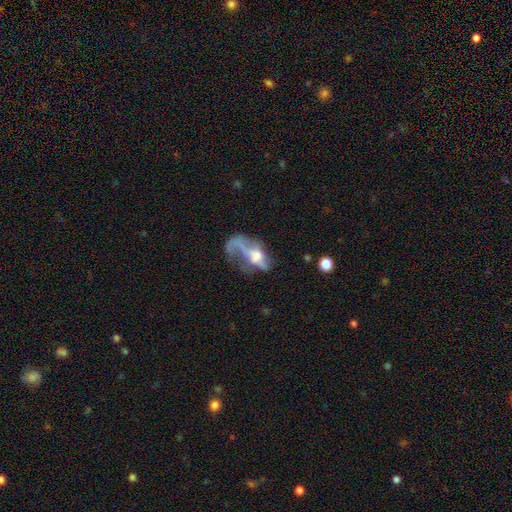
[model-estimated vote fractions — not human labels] The model was most divided on "bulge size": moderate: 43%, small: 29%, none: 16%, large: 10%, dominant: 2%. More confident: edge-on disk — no (91%); bar — no (69%); spiral arms — no (62%); smooth or featured — featured or disk (60%); merging — major disturbance (55%).